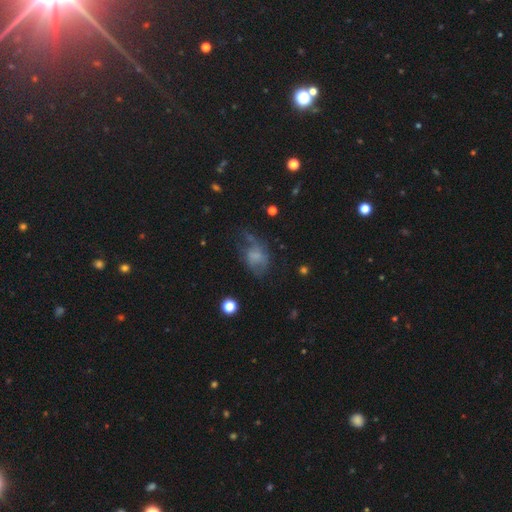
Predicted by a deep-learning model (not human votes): This appears to be a smooth galaxy with no disk features (51%) that is in between round and cigar-shaped (76%). Merging: none (36%).